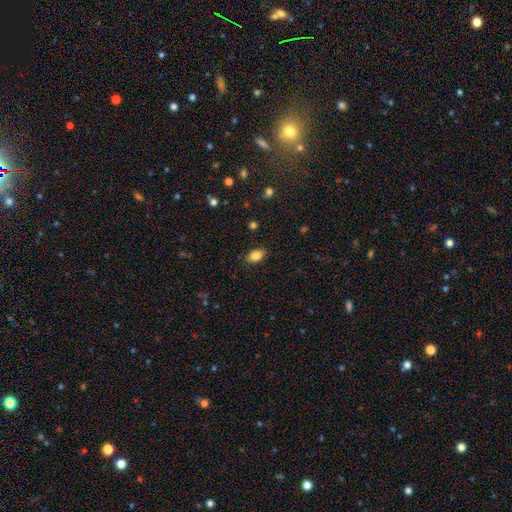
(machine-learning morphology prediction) smooth-or-featured: smooth: 85% | star or artifact: 9% | featured or disk: 6%
  how-rounded: in between: 87% | round: 11% | cigar-shaped: 2%
  merging: none: 86% | minor disturbance: 11% | major disturbance: 2% | merger: 1%